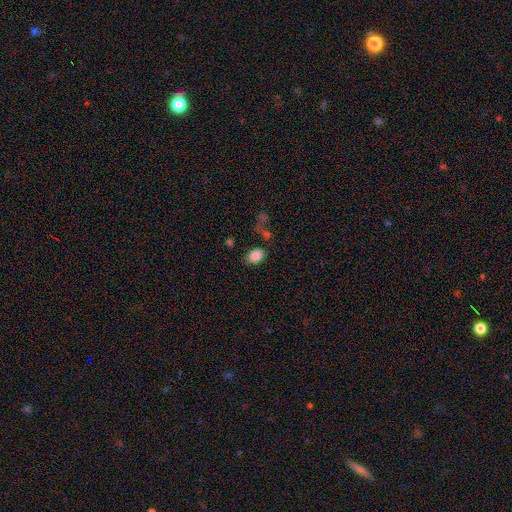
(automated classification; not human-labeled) Smooth or featured? smooth (86%)
How rounded? in between (80%)
Merging? none (71%)